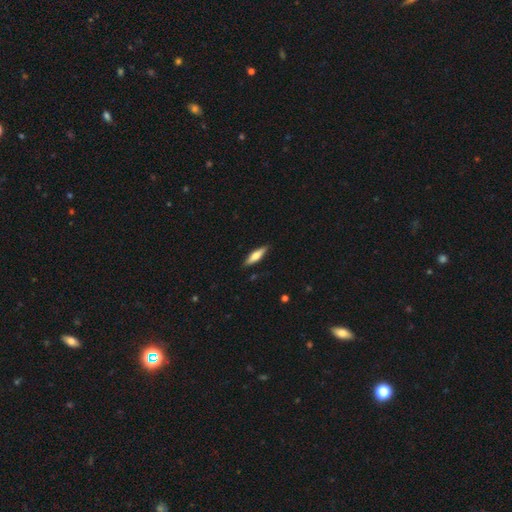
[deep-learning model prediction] Smooth or featured? Predicted: smooth (p=0.62). How rounded? Predicted: cigar-shaped (p=0.67). Merging? Predicted: none (p=0.88).